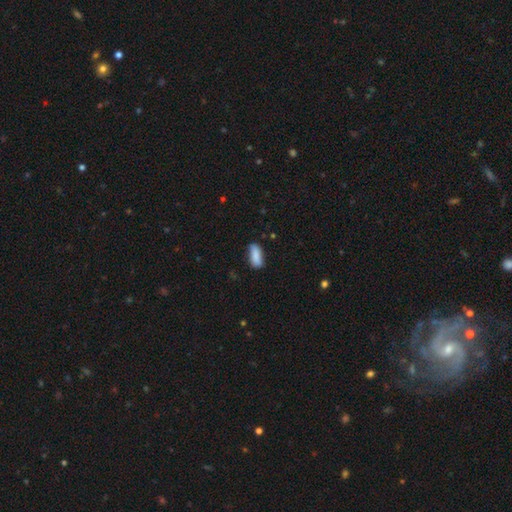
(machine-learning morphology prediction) smooth 84%, featured or disk 9%, star or artifact 7%. Down the decision tree: how rounded — in between (78%); merging — none (75%).